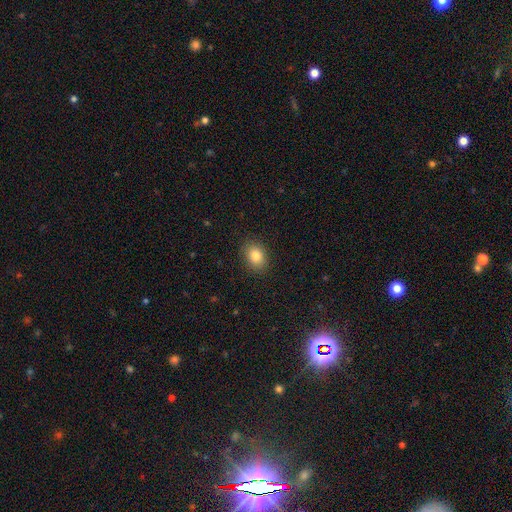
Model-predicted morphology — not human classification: Smooth or featured: smooth — 83% (star or artifact — 10%)
How rounded: in between — 69% (round — 30%)
Merging: none — 88% (minor disturbance — 9%)